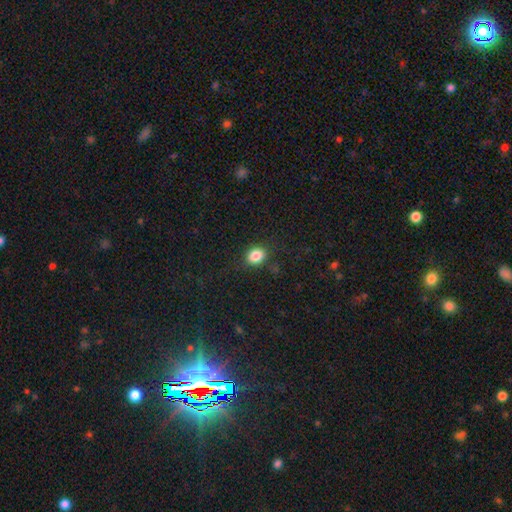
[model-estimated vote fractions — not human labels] smooth_or_featured: smooth (p=0.85) [alt: star or artifact p=0.11]
how_rounded: round (p=0.51) [alt: in between p=0.48]
merging: none (p=0.85) [alt: minor disturbance p=0.11]